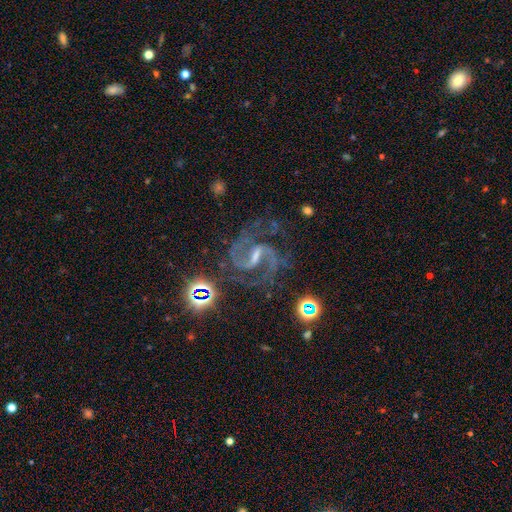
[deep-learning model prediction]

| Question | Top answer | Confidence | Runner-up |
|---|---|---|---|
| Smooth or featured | featured or disk | 88% | star or artifact (9%) |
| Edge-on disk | no | 98% | yes (2%) |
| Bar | strong | 49% | weak (43%) |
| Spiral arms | yes | 98% | no (2%) |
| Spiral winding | medium | 65% | loose (21%) |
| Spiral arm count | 2 | 91% | can't tell (3%) |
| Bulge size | small | 49% | none (24%) |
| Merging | none | 71% | minor disturbance (15%) |